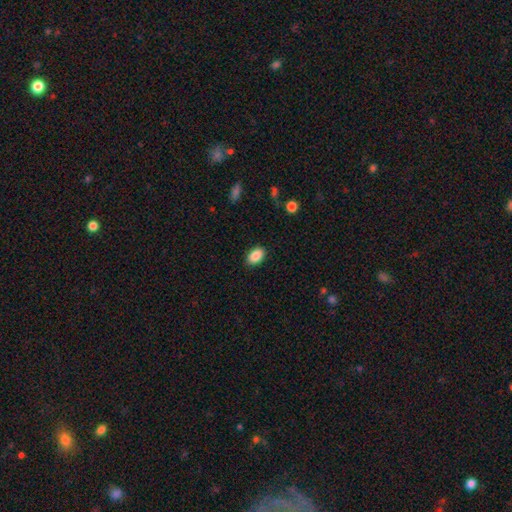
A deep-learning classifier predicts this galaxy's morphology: smooth 88%, star or artifact 8%, featured or disk 5%. Down the decision tree: how rounded — in between (87%); merging — none (88%).